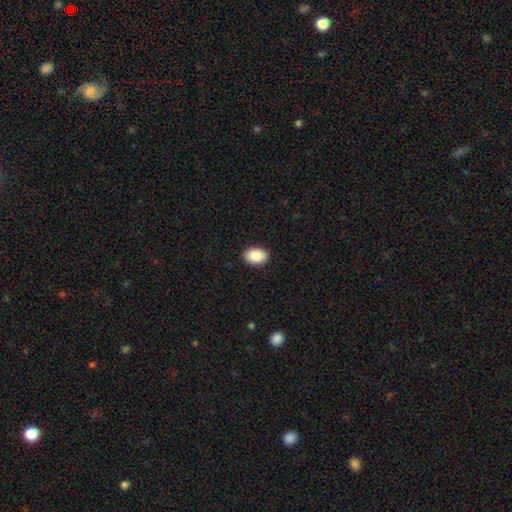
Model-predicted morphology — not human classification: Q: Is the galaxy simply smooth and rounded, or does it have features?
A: smooth — 90%.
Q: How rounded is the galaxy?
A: in between — 86%.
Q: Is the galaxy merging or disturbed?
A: none — 90%.